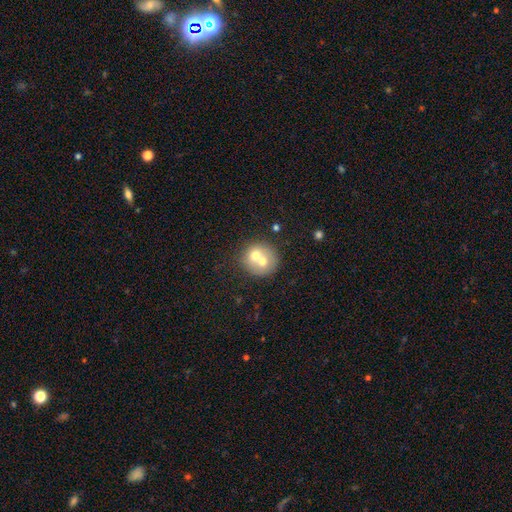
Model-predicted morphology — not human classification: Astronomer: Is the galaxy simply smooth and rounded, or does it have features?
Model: smooth — 62%.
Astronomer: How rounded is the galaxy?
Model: round — 87%.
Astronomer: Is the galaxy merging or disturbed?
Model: merger — 57% (runner-up: none, 34%).